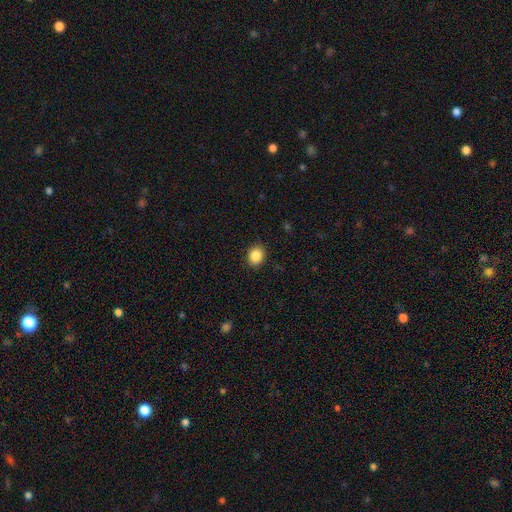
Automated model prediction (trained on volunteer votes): Q: Smooth or featured?
A: smooth (87%); runner-up: star or artifact (9%)
Q: How rounded?
A: round (60%); runner-up: in between (39%)
Q: Merging?
A: none (90%); runner-up: minor disturbance (7%)